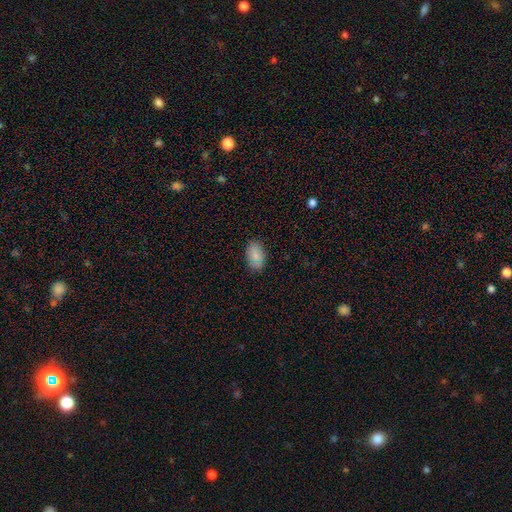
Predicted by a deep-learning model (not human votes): This is clearly a smooth galaxy (85%). How rounded: clearly in between (92%). Merging: clearly none (83%).